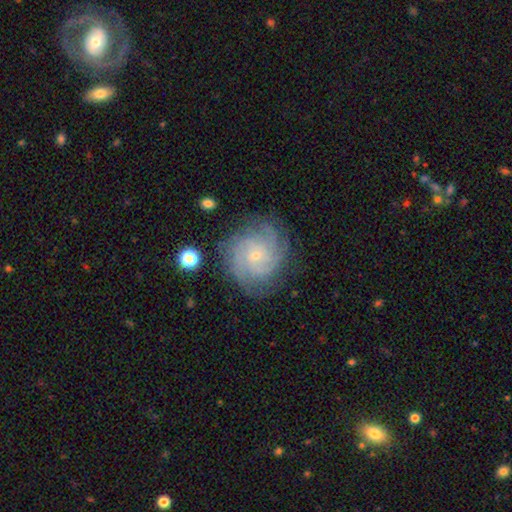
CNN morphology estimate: This appears to be a featured or disk galaxy (82%) with no bar (74%), 4 (30%) tight (68%) spiral arms (96%) and a small central bulge (82%). Merging: none (77%).